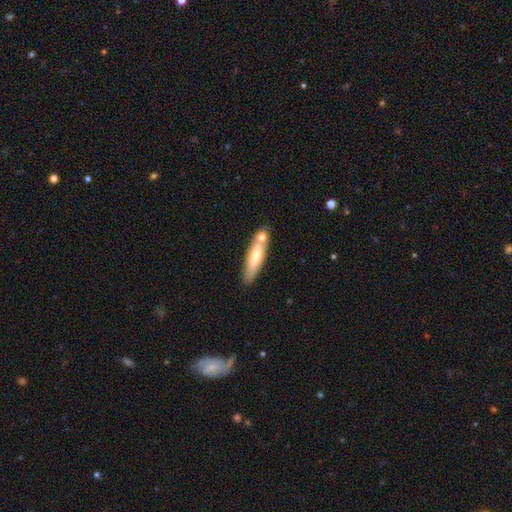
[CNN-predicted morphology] Smooth or featured? smooth (68%)
How rounded? cigar-shaped (73%)
Merging? none (66%)